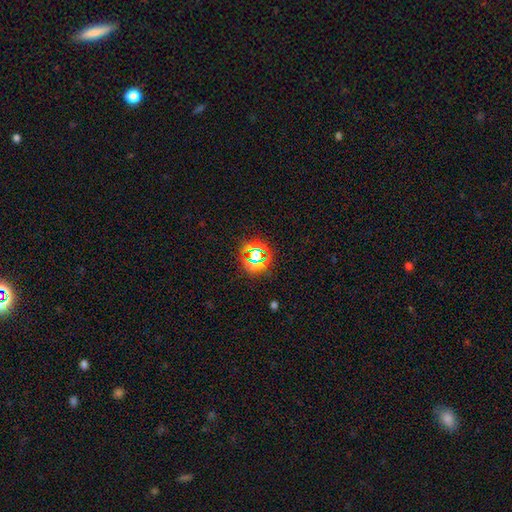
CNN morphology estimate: The model was most divided on "smooth or featured": star or artifact: 68%, smooth: 23%, featured or disk: 9%.